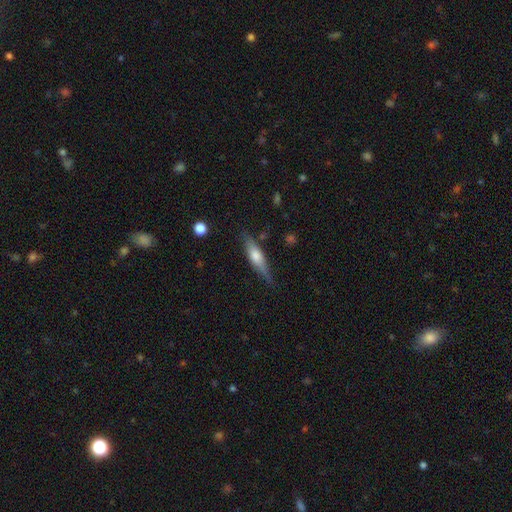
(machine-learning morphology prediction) This is possibly a featured or disk galaxy (48%). Merging: likely none (77%).